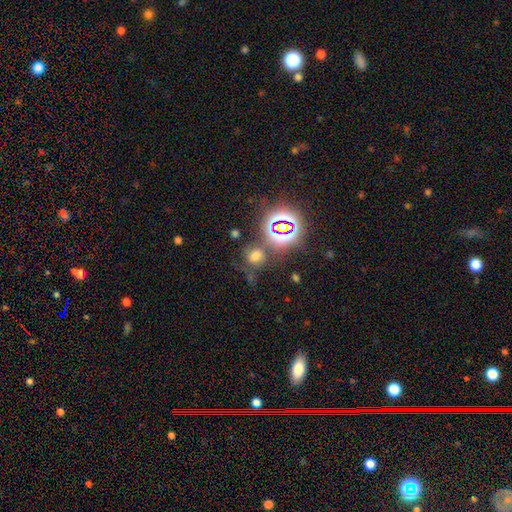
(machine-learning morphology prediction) smooth-or-featured: smooth: 52% | star or artifact: 37% | featured or disk: 10%
  how-rounded: round: 70% | in between: 29% | cigar-shaped: 2%
  merging: none: 61% | minor disturbance: 16% | merger: 14% | major disturbance: 10%